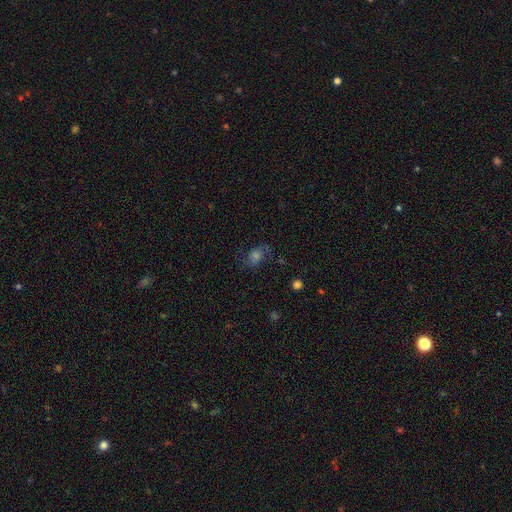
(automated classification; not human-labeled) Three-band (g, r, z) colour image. It shows a featured or disk galaxy (38%). Merging: none (68%).